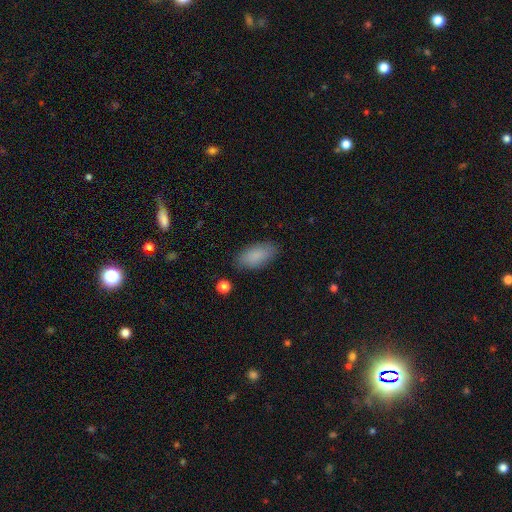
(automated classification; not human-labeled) Q: Smooth or featured?
A: smooth (88%); runner-up: star or artifact (7%)
Q: How rounded?
A: in between (91%); runner-up: cigar-shaped (6%)
Q: Merging?
A: none (85%); runner-up: minor disturbance (11%)